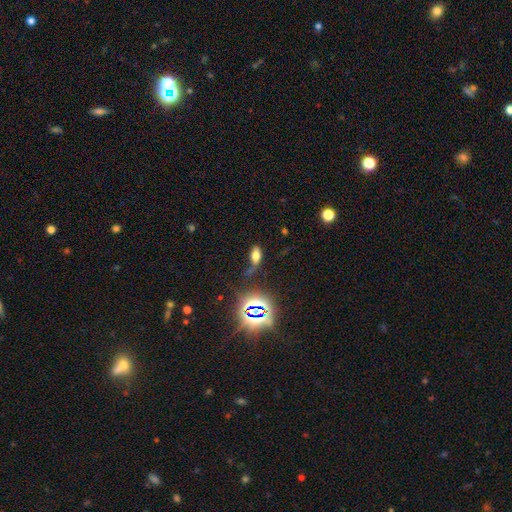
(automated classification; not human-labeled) smooth-or-featured: smooth: 60% | star or artifact: 23% | featured or disk: 17%
  how-rounded: in between: 84% | cigar-shaped: 9% | round: 7%
  merging: none: 46% | minor disturbance: 23% | major disturbance: 19% | merger: 11%